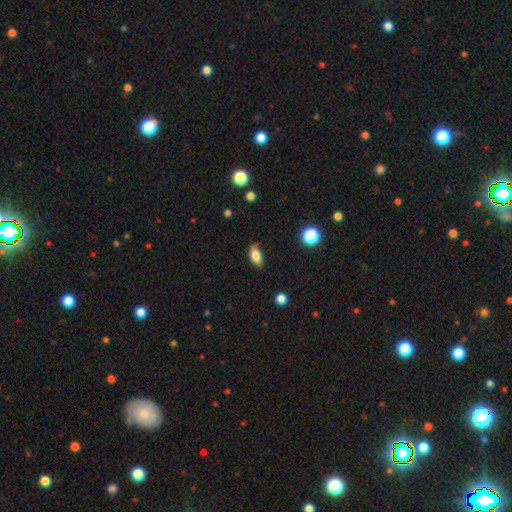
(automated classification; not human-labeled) Morphology: type=smooth (79%); roundness=in between (86%); merging=none (80%).